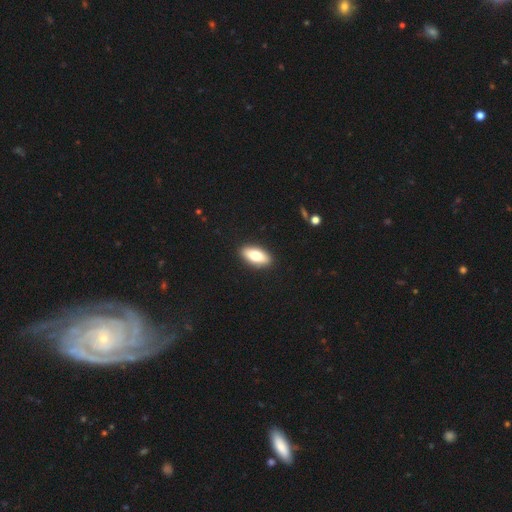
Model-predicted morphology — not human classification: Smooth or featured?
  - smooth: 75% *
  - featured or disk: 18%
  - star or artifact: 6%
How rounded?
  - in between: 85% *
  - cigar-shaped: 12%
  - round: 3%
Merging?
  - none: 91% *
  - minor disturbance: 6%
  - major disturbance: 2%
  - merger: 1%